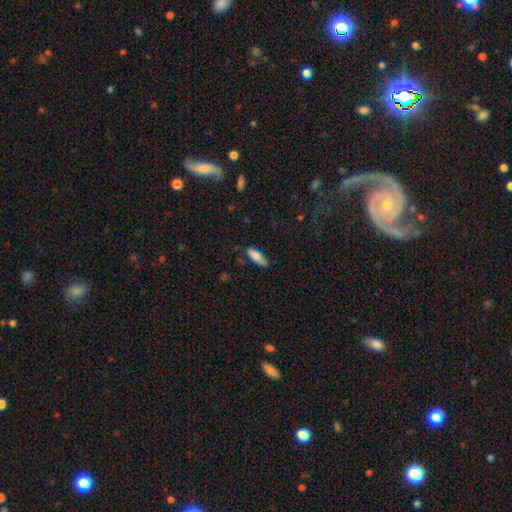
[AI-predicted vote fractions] smooth_or_featured: smooth (p=0.79) [alt: featured or disk p=0.15]
how_rounded: in between (p=0.62) [alt: cigar-shaped p=0.36]
merging: none (p=0.73) [alt: minor disturbance p=0.21]